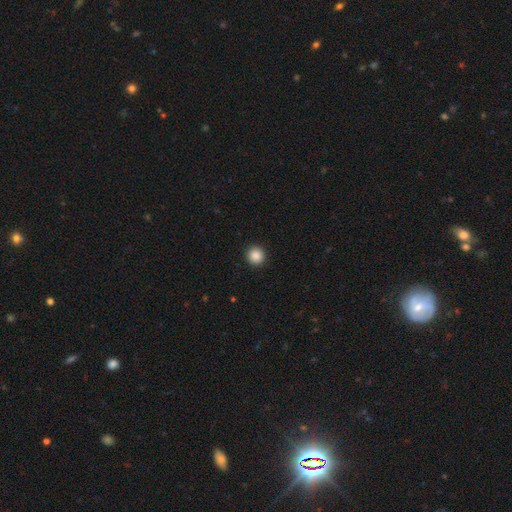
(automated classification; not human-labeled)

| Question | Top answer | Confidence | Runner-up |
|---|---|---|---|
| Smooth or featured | smooth | 88% | star or artifact (9%) |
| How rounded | round | 95% | in between (4%) |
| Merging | none | 94% | minor disturbance (4%) |